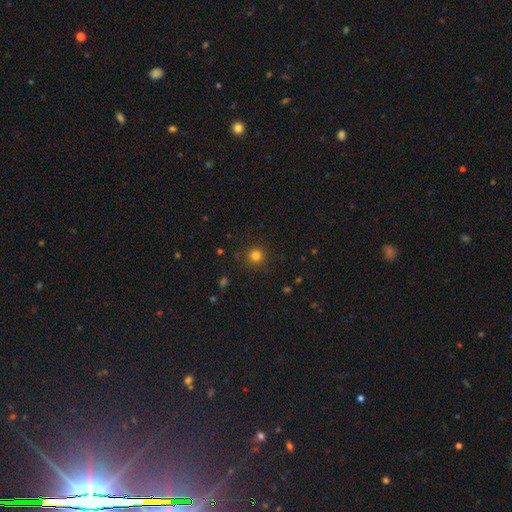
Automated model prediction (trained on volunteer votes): Q: Smooth or featured?
A: smooth (80%); runner-up: star or artifact (15%)
Q: How rounded?
A: round (94%); runner-up: in between (5%)
Q: Merging?
A: none (87%); runner-up: minor disturbance (9%)